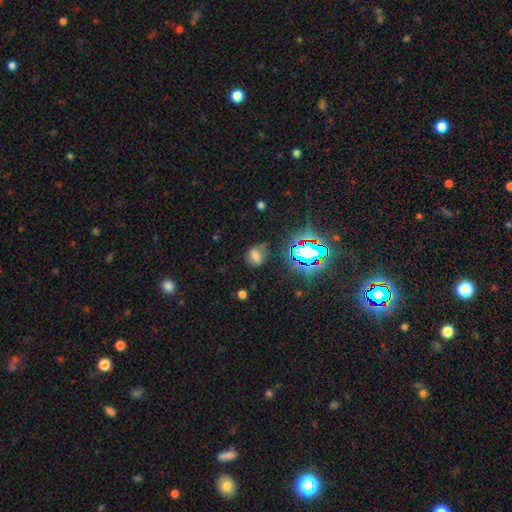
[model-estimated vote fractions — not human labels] smooth 60%, star or artifact 27%, featured or disk 13%. Down the decision tree: how rounded — round (51%); merging — none (66%).